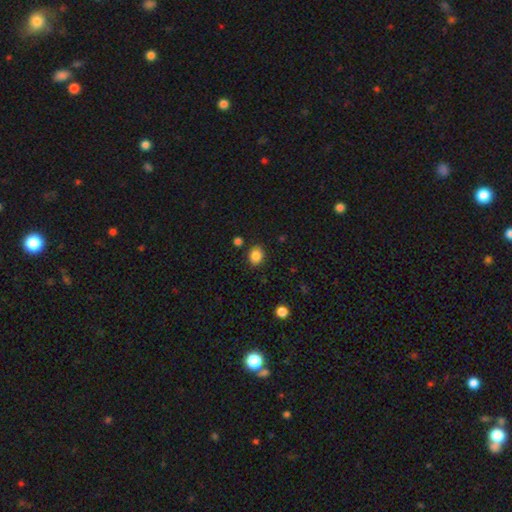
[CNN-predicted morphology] Smooth or featured?
  - smooth: 86% *
  - star or artifact: 10%
  - featured or disk: 4%
How rounded?
  - round: 54% *
  - in between: 45%
  - cigar-shaped: 1%
Merging?
  - none: 85% *
  - minor disturbance: 10%
  - merger: 3%
  - major disturbance: 3%